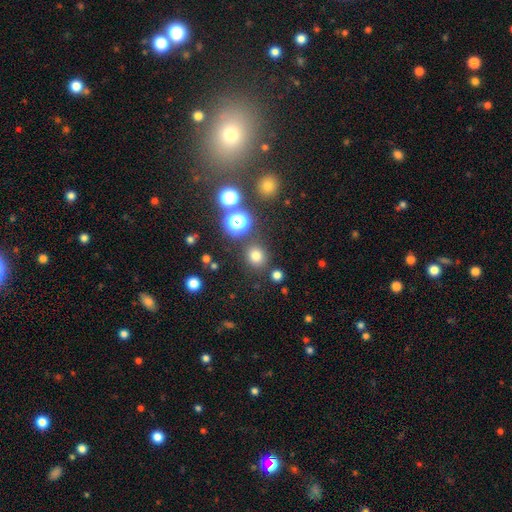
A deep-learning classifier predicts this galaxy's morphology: A smooth galaxy with no disk features (72%) that is round (85%). Merging: none (83%).